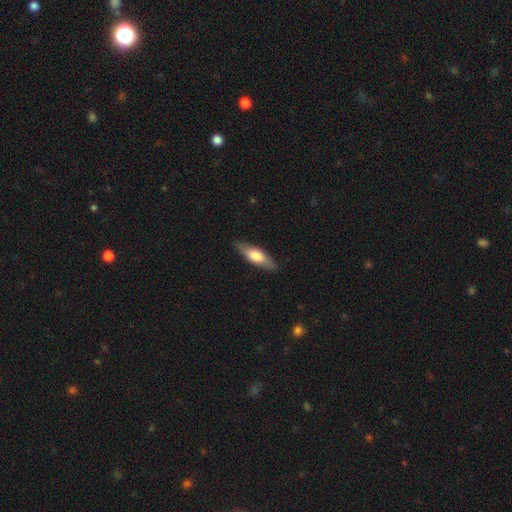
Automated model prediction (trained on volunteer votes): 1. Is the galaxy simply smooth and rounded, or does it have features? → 62% smooth, 32% featured or disk, 5% star or artifact.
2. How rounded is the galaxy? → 49% cigar-shaped (tied), 49% in between (tied), 2% round.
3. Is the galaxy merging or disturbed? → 86% none, 11% minor disturbance, 2% major disturbance, 1% merger.